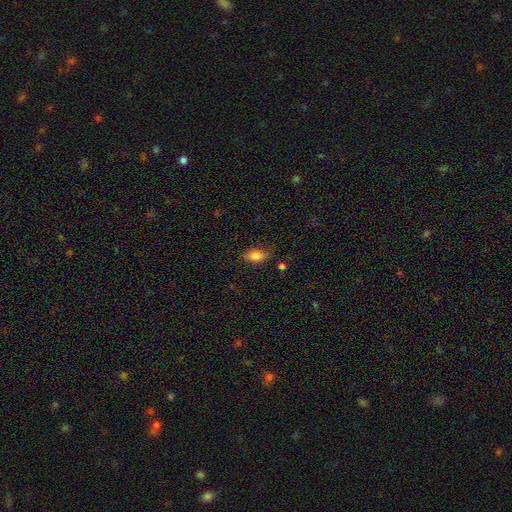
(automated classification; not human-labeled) Overall: smooth (81%). How rounded: in between (86%). Merging: none (76%).